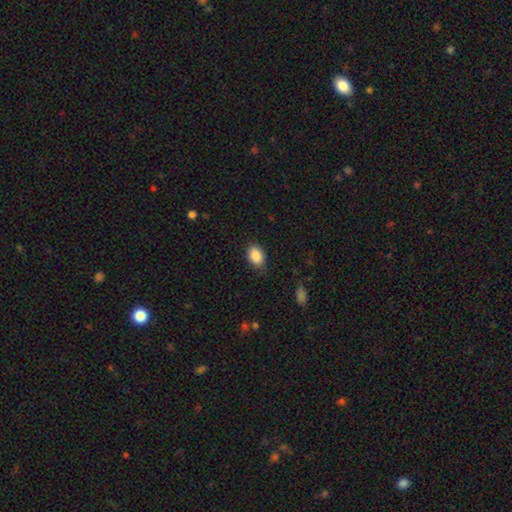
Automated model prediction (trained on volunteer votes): A smooth galaxy with no disk features (88%) that is in between round and cigar-shaped (83%). Merging: none (82%).